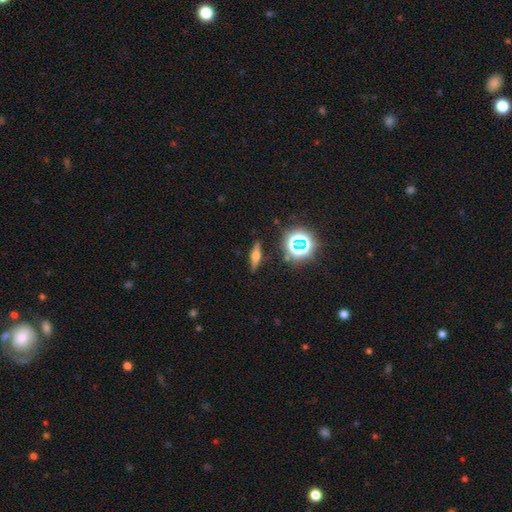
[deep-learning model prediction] A featured or disk galaxy (47%). Merging: none (88%).